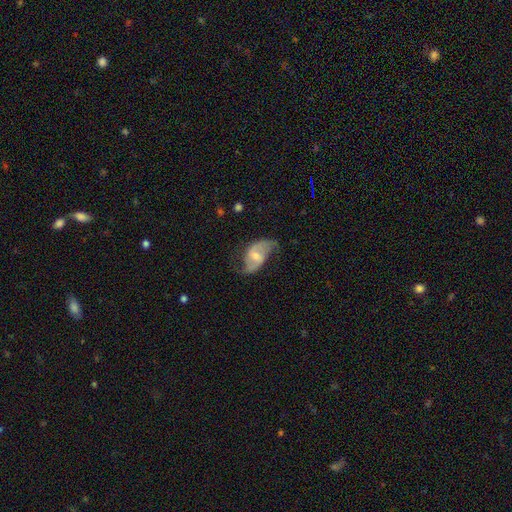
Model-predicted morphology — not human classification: smooth-or-featured: featured or disk: 77% | smooth: 17% | star or artifact: 6%
  disk-edge-on: no: 96% | yes: 4%
    bar: weak: 54% | no: 27% | strong: 19%
    has-spiral-arms: yes: 92% | no: 8%
      spiral-winding: loose: 59% | medium: 33% | tight: 9%
      spiral-arm-count: 2: 89% | can't tell: 5% | 1: 3% | 3: 1% | 4: 1% | more than 4: 1%
    bulge-size: moderate: 49% | small: 38% | none: 7% | large: 5% | dominant: 1%
  merging: none: 63% | minor disturbance: 21% | major disturbance: 13% | merger: 2%